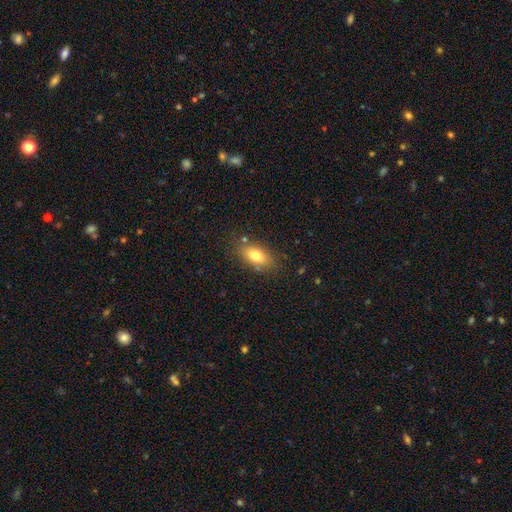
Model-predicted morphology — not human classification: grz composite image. It shows a smooth galaxy with no disk features (78%) that is in between round and cigar-shaped (86%). Merging: none (79%).